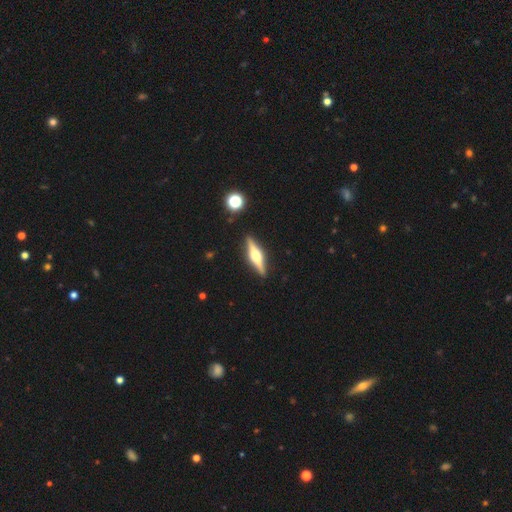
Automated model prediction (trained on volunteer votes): Overall: featured or disk (75%). Edge-on disk: yes (98%). Edge-on bulge: rounded (89%). Merging: none (90%).